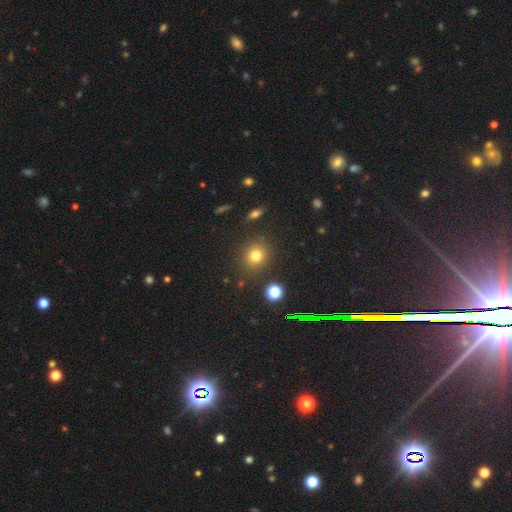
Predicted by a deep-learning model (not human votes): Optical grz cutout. It shows a smooth galaxy with no disk features (76%) that is round (80%). Merging: none (86%).